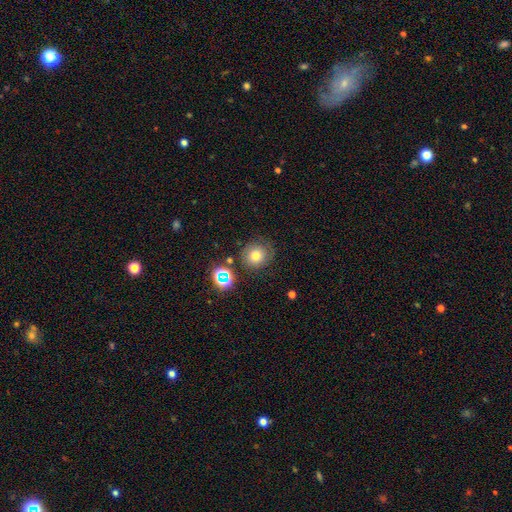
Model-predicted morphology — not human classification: smooth-or-featured: smooth: 66% | star or artifact: 19% | featured or disk: 15%
  how-rounded: round: 89% | in between: 10% | cigar-shaped: 1%
  merging: none: 74% | minor disturbance: 15% | major disturbance: 6% | merger: 5%